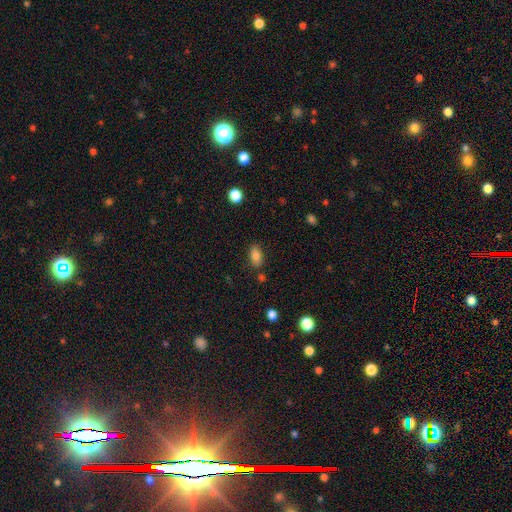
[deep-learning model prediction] Overall: smooth (82%). How rounded: in between (89%). Merging: none (81%).